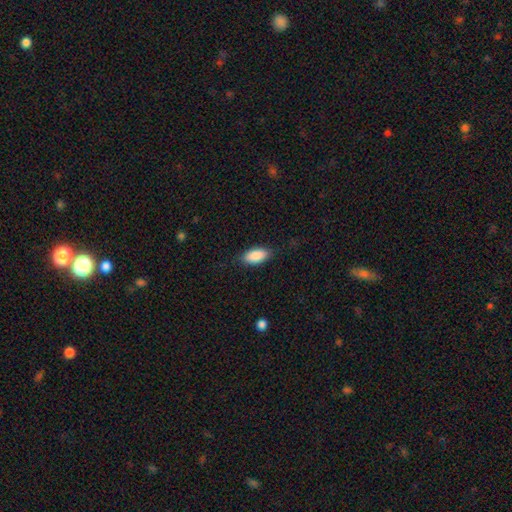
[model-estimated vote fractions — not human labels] Smooth or featured? Predicted: smooth (p=0.89). How rounded? Predicted: in between (p=0.91). Merging? Predicted: none (p=0.83).